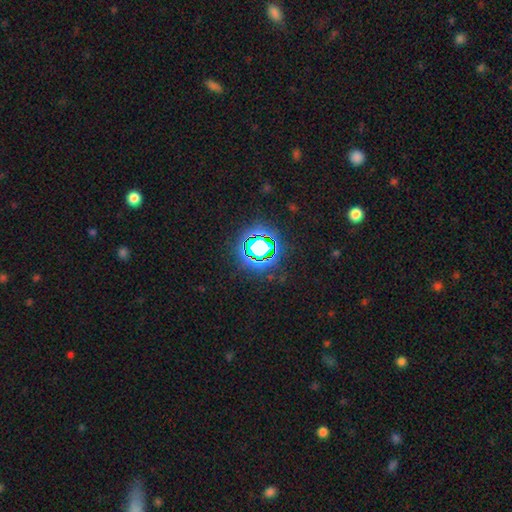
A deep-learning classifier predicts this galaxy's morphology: star or artifact 77%, smooth 15%, featured or disk 8%.